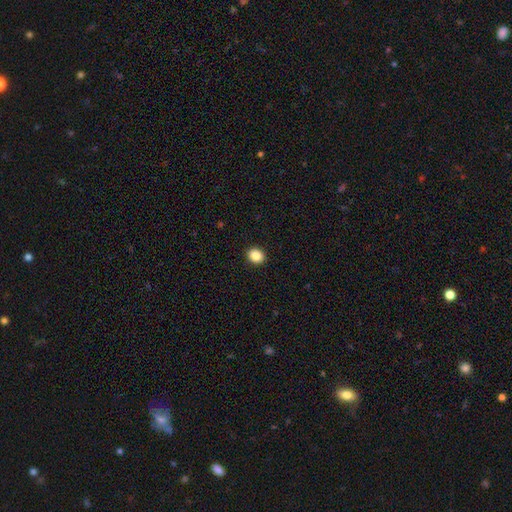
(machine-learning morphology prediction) Smooth or featured?
  - smooth: 87% *
  - star or artifact: 10%
  - featured or disk: 4%
How rounded?
  - round: 67% *
  - in between: 32%
  - cigar-shaped: 1%
Merging?
  - none: 92% *
  - minor disturbance: 5%
  - major disturbance: 2%
  - merger: 1%